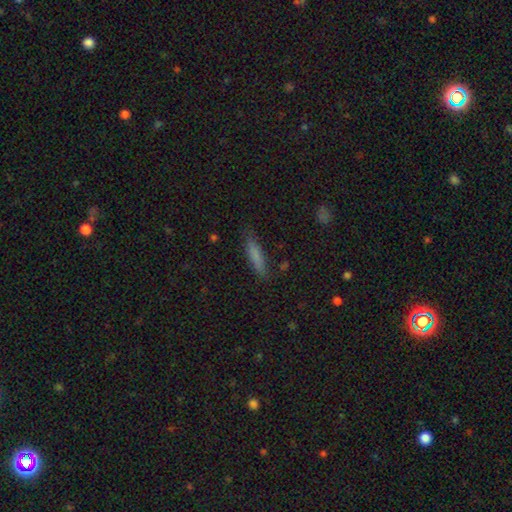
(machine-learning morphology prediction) Smooth or featured? smooth (78%)
How rounded? cigar-shaped (82%)
Merging? none (82%)